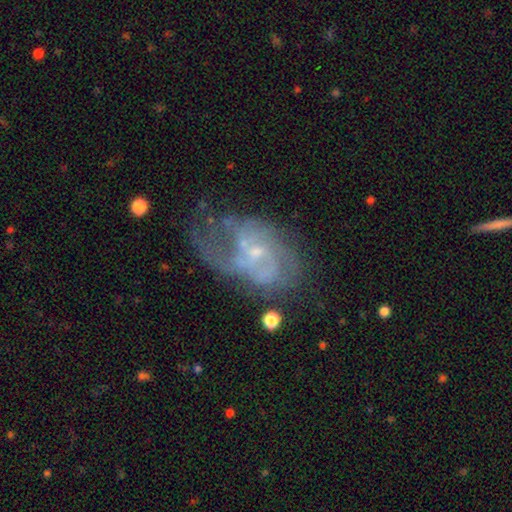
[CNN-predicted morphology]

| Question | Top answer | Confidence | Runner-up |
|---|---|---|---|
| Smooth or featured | featured or disk | 77% | smooth (14%) |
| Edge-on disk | no | 97% | yes (3%) |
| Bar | no | 60% | weak (35%) |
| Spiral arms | yes | 79% | no (21%) |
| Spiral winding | medium | 44% | tight (31%) |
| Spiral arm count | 2 | 36% | tied: can't tell (36%) |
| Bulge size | small | 68% | moderate (20%) |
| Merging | none | 40% | major disturbance (27%) |